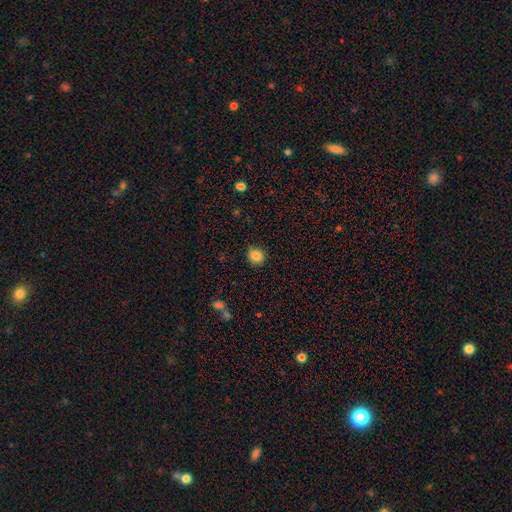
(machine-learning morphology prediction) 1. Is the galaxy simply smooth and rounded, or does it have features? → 85% smooth, 10% star or artifact, 5% featured or disk.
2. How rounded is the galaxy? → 78% round, 21% in between, 1% cigar-shaped.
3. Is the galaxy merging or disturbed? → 88% none, 8% minor disturbance, 2% major disturbance, 1% merger.